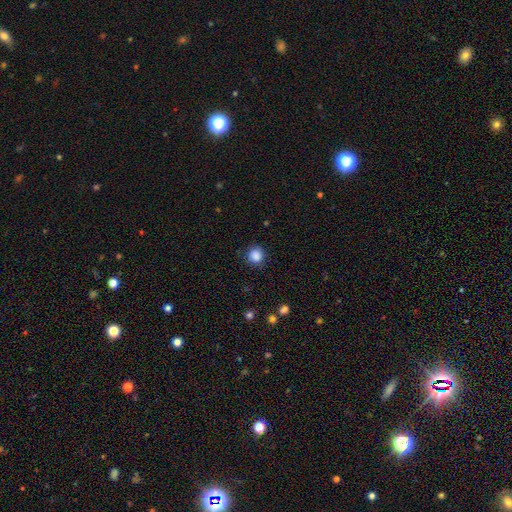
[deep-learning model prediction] Q: Smooth or featured?
A: smooth (87%); runner-up: star or artifact (10%)
Q: How rounded?
A: round (91%); runner-up: in between (9%)
Q: Merging?
A: none (88%); runner-up: minor disturbance (9%)